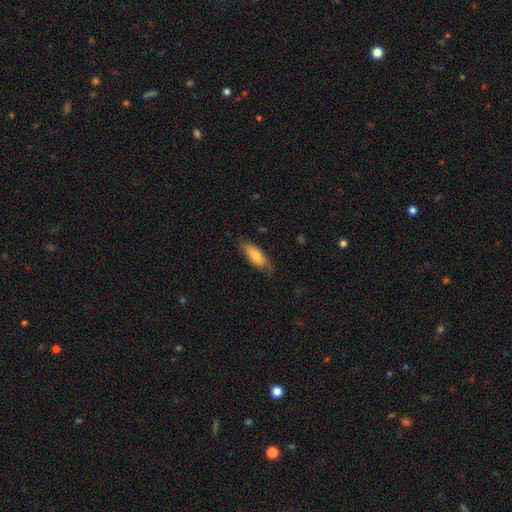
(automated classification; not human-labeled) Smooth or featured?
  - smooth: 75% *
  - featured or disk: 19%
  - star or artifact: 6%
How rounded?
  - in between: 67% *
  - cigar-shaped: 31%
  - round: 2%
Merging?
  - none: 72% *
  - minor disturbance: 22%
  - major disturbance: 4%
  - merger: 1%